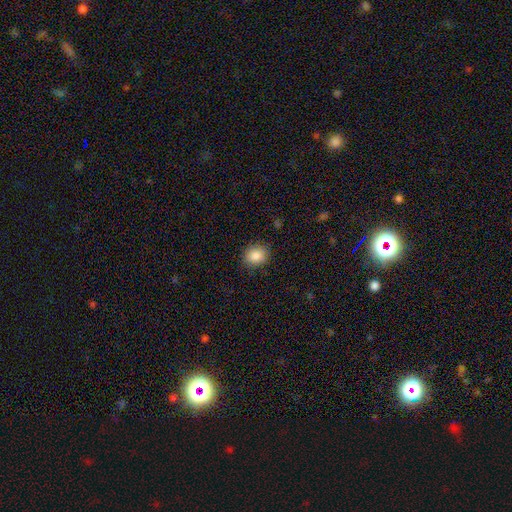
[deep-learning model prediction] smooth 87%, star or artifact 9%, featured or disk 5%. Down the decision tree: how rounded — round (62%); merging — none (86%).